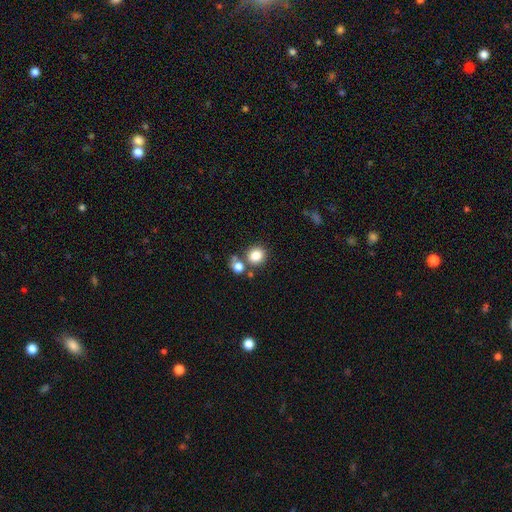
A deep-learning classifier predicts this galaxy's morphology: type=smooth (82%); roundness=round (82%); merging=none (68%).